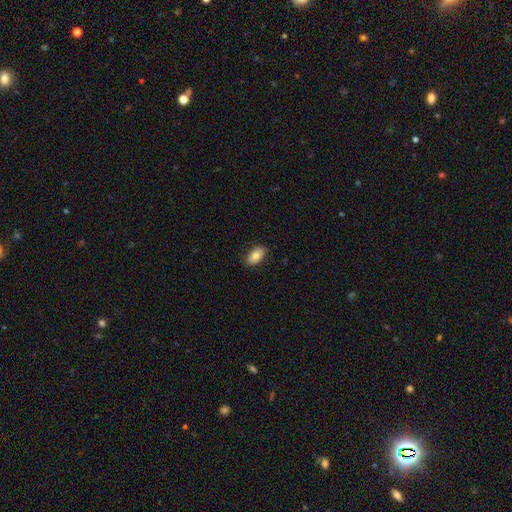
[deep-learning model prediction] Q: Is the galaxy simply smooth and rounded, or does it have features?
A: smooth — 81%.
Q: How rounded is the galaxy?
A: in between — 92%.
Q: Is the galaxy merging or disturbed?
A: none — 86%.